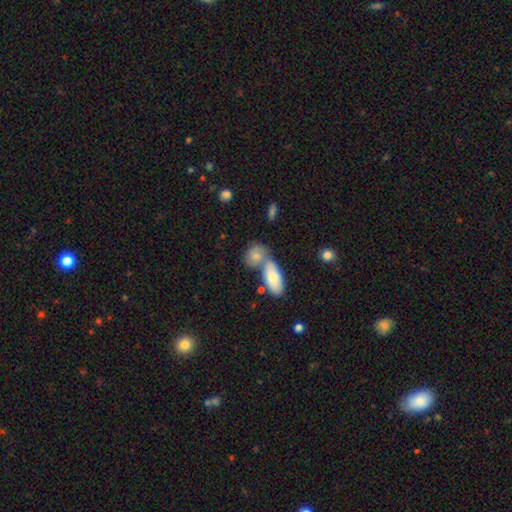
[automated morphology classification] Q: Smooth or featured?
A: smooth (68%); runner-up: featured or disk (24%)
Q: How rounded?
A: in between (66%); runner-up: round (29%)
Q: Merging?
A: merger (51%); runner-up: none (33%)